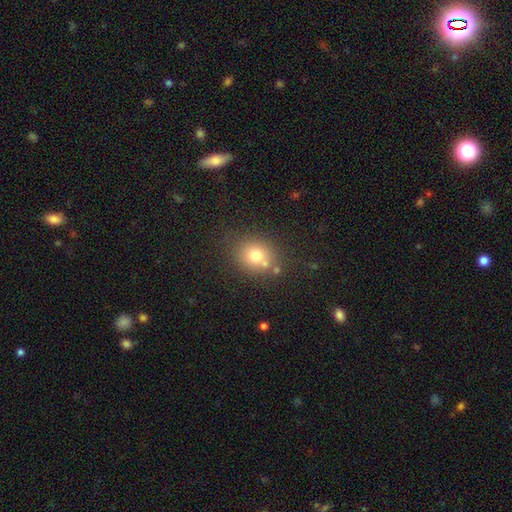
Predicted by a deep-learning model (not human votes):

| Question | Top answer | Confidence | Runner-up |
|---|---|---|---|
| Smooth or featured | smooth | 72% | star or artifact (14%) |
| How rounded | round | 78% | in between (21%) |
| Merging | none | 69% | merger (14%) |